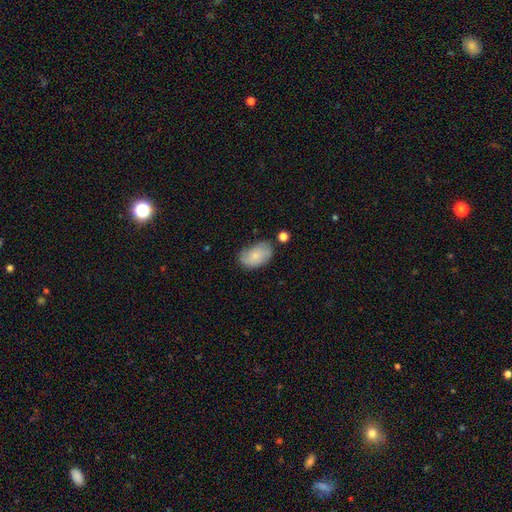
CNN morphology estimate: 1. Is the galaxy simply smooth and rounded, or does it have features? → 69% smooth, 23% featured or disk, 7% star or artifact.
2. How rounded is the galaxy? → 91% in between, 8% round, 1% cigar-shaped.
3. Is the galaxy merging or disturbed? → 62% none, 26% minor disturbance, 7% major disturbance, 5% merger.